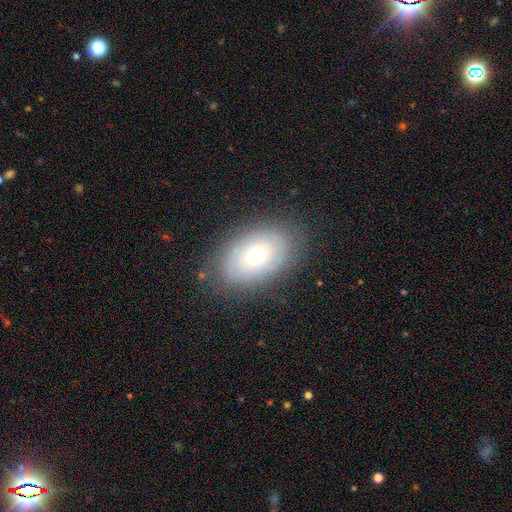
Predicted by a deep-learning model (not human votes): This appears to be a smooth galaxy with no disk features (56%) that is in between round and cigar-shaped (86%). Merging: none (81%).